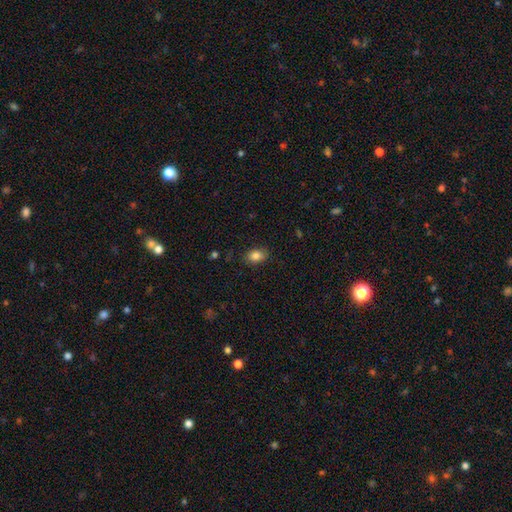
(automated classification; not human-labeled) Overall: smooth (85%). How rounded: in between (77%). Merging: none (82%).